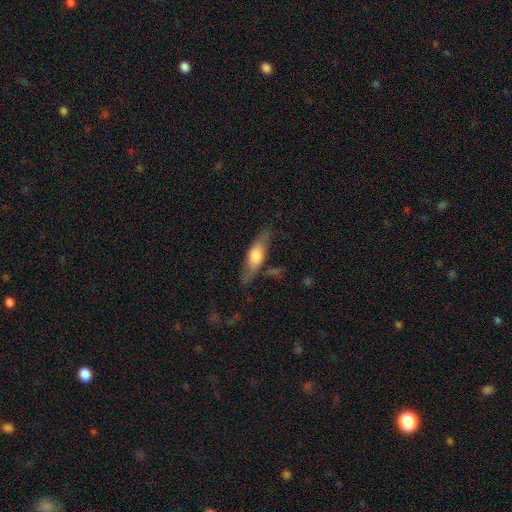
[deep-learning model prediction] Smooth or featured: smooth — 55% (featured or disk — 39%)
How rounded: cigar-shaped — 49% (in between — 48%)
Merging: none — 69% (minor disturbance — 20%)